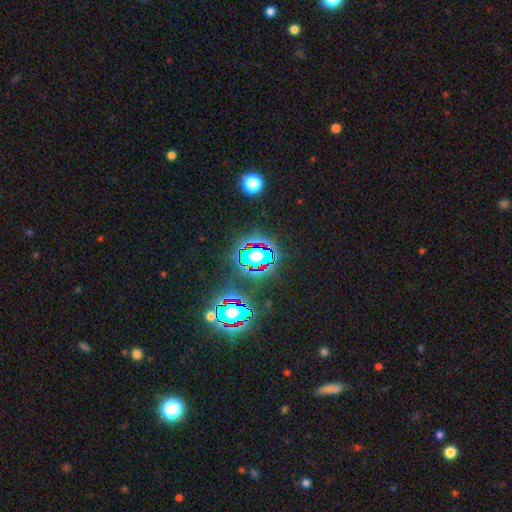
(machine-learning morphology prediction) smooth_or_featured: star or artifact (p=0.63) [alt: smooth p=0.23]